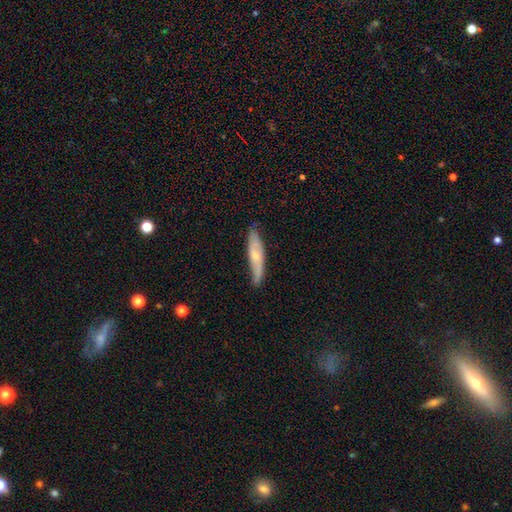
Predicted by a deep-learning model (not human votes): Smooth or featured? featured or disk (50%)
Edge-on disk? yes (54%)
Merging? none (76%)